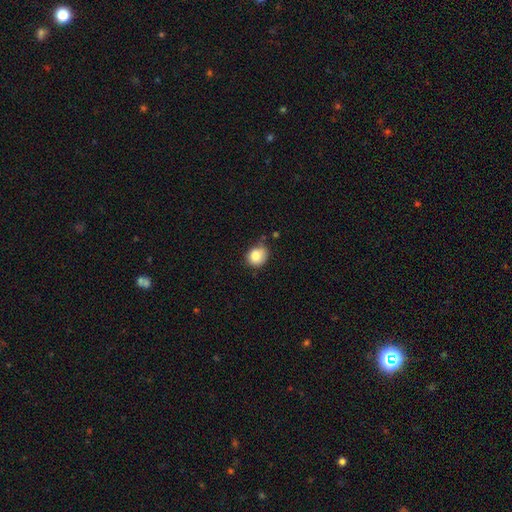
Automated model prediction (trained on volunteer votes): smooth 82%, star or artifact 10%, featured or disk 8%. Down the decision tree: how rounded — round (73%); merging — none (65%).